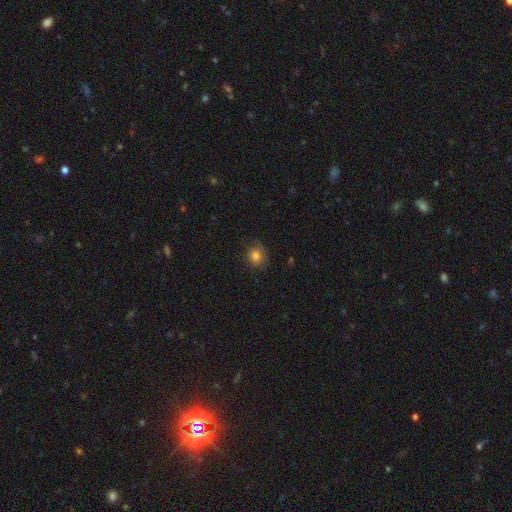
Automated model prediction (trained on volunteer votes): smooth-or-featured: smooth: 82% | star or artifact: 11% | featured or disk: 6%
  how-rounded: round: 75% | in between: 24% | cigar-shaped: 1%
  merging: none: 79% | minor disturbance: 16% | major disturbance: 4% | merger: 1%